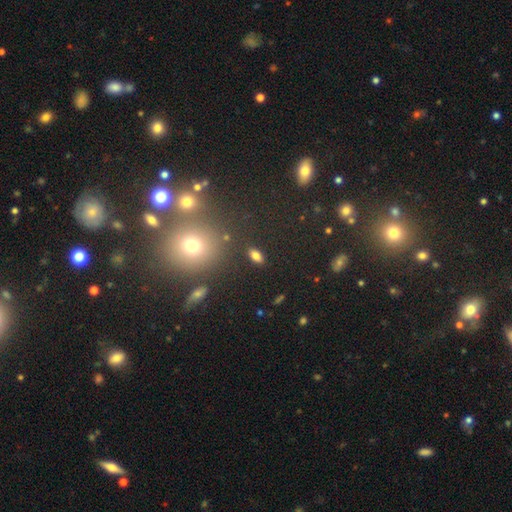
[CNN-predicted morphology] type=smooth (79%); roundness=in between (86%); merging=none (87%).